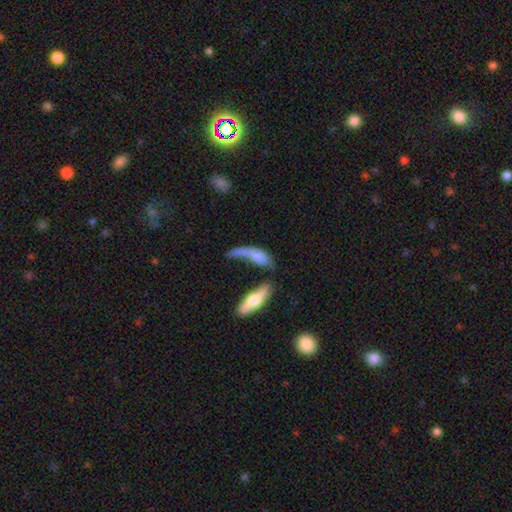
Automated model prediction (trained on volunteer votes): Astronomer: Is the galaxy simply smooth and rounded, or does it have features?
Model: smooth — 58% (runner-up: featured or disk, 34%).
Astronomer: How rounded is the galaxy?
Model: in between — 54% (runner-up: cigar-shaped, 41%).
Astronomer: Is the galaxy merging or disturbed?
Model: merger — 34% (runner-up: major disturbance, 29%).